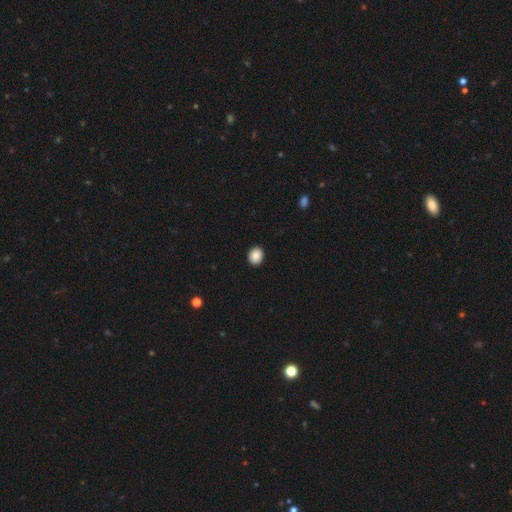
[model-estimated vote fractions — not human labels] The model was most divided on "how rounded": round: 66%, in between: 34%, cigar-shaped: 1%. More confident: merging — none (92%); smooth or featured — smooth (88%).